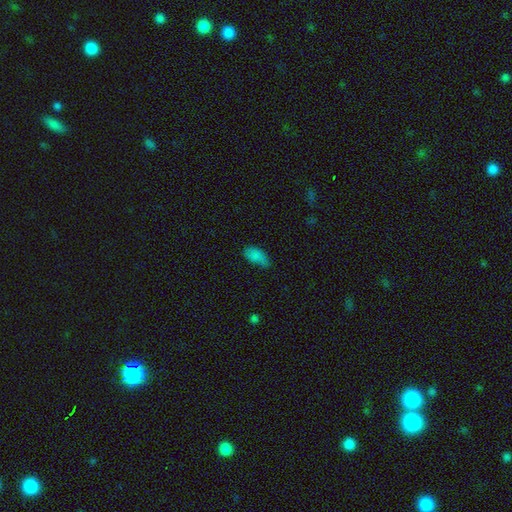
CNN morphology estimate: Q: Smooth or featured?
A: smooth (82%); runner-up: star or artifact (11%)
Q: How rounded?
A: in between (92%); runner-up: cigar-shaped (5%)
Q: Merging?
A: none (50%); runner-up: minor disturbance (36%)